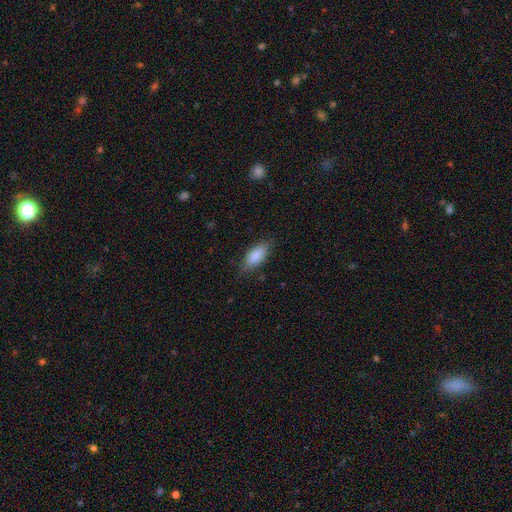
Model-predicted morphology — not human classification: Overall: smooth (86%). How rounded: in between (82%). Merging: none (81%).